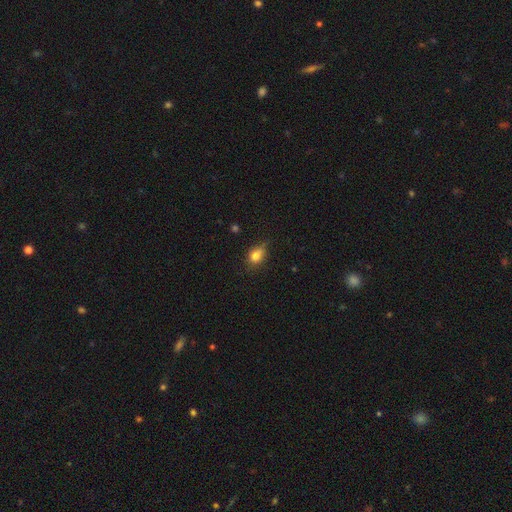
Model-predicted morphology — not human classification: type=smooth (79%); roundness=in between (64%); merging=none (55%).